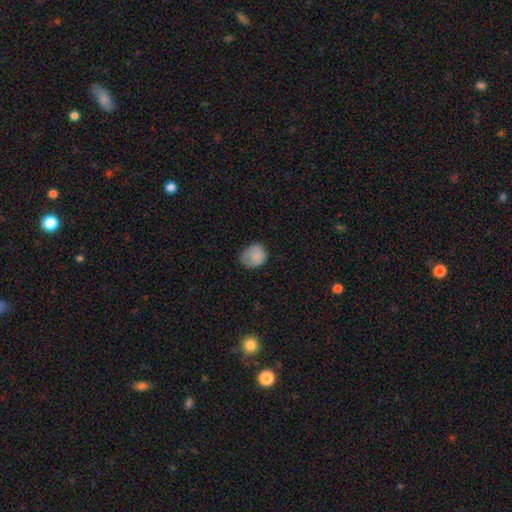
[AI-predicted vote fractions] smooth 81%, featured or disk 10%, star or artifact 9%. Down the decision tree: how rounded — round (62%); merging — none (53%).